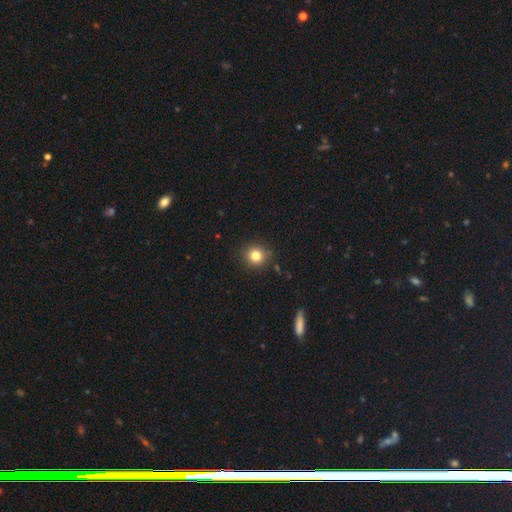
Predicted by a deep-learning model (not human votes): A smooth galaxy with no disk features (82%) that is round (90%).

Vote fractions:
- Smooth or featured? smooth: 82% / star or artifact: 12% / featured or disk: 6%
- How rounded? round: 90% / in between: 9% / cigar-shaped: 1%
- Merging? none: 88% / minor disturbance: 8% / major disturbance: 2% / merger: 2%